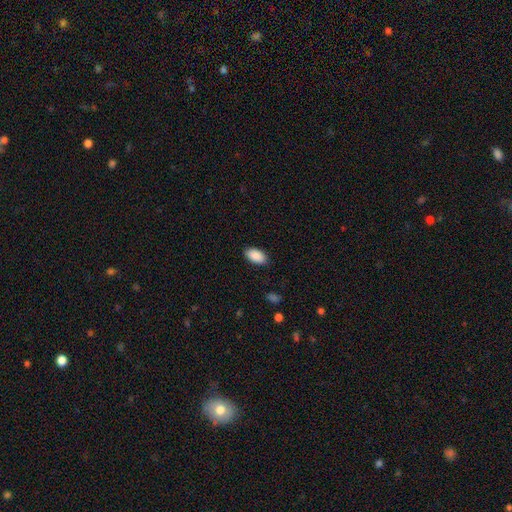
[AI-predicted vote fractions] A smooth galaxy with no disk features (91%) that is in between round and cigar-shaped (95%). Merging: none (88%).